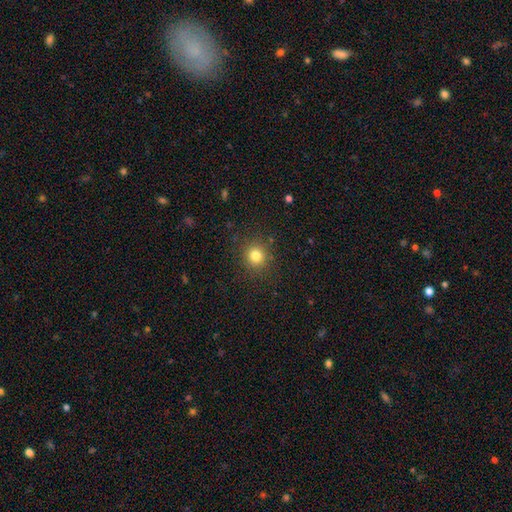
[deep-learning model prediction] Morphology: type=smooth (81%); roundness=round (91%); merging=none (89%).